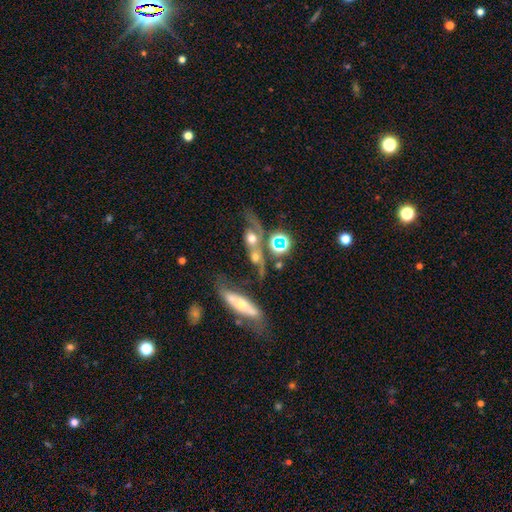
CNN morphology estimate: The model was most divided on "merging": merger: 39%, none: 29%, major disturbance: 19%, minor disturbance: 13%. More confident: edge-on disk — no (69%); smooth or featured — featured or disk (52%).